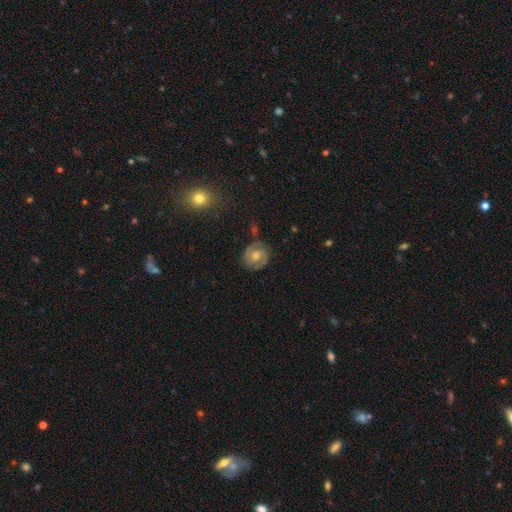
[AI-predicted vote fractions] Smooth or featured?
  - featured or disk: 70% *
  - smooth: 23%
  - star or artifact: 7%
Edge-on disk?
  - no: 97% *
  - yes: 3%
Bar?
  - no: 61% *
  - weak: 33%
  - strong: 6%
Spiral arms?
  - yes: 90% *
  - no: 10%
Spiral winding?
  - tight: 54% *
  - medium: 37%
  - loose: 9%
Spiral arm count?
  - 2: 86% *
  - can't tell: 7%
  - 1: 2%
  - 3: 2%
  - 4: 1%
  - more than 4: 1%
Bulge size?
  - moderate: 69% *
  - small: 19%
  - large: 8%
  - none: 2%
  - dominant: 1%
Merging?
  - none: 78% *
  - minor disturbance: 14%
  - major disturbance: 4%
  - merger: 3%